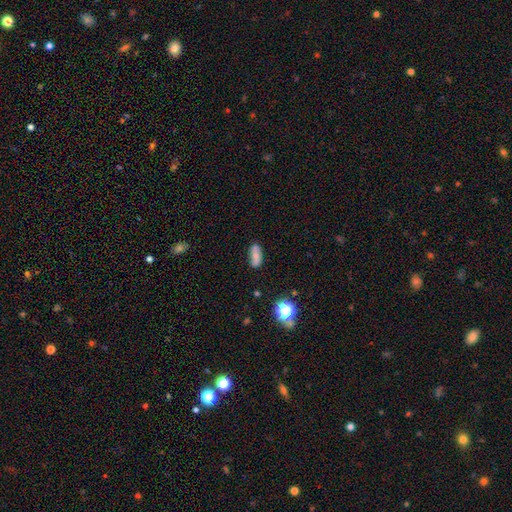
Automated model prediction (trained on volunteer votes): Smooth or featured? Predicted: smooth (p=0.63). How rounded? Predicted: in between (p=0.75). Merging? Predicted: none (p=0.75).